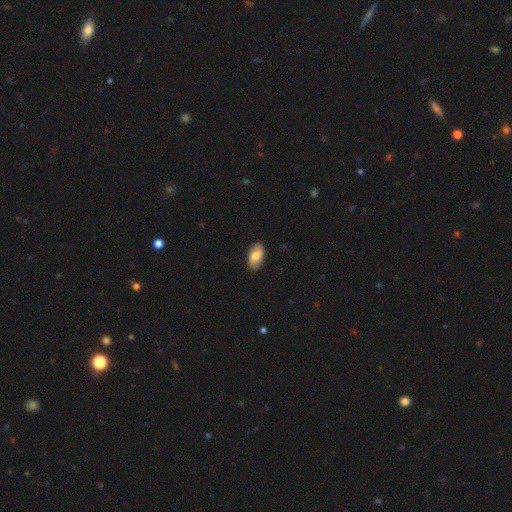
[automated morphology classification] The model was most divided on "smooth or featured": smooth: 74%, featured or disk: 20%, star or artifact: 6%. More confident: how rounded — in between (94%); merging — none (86%).